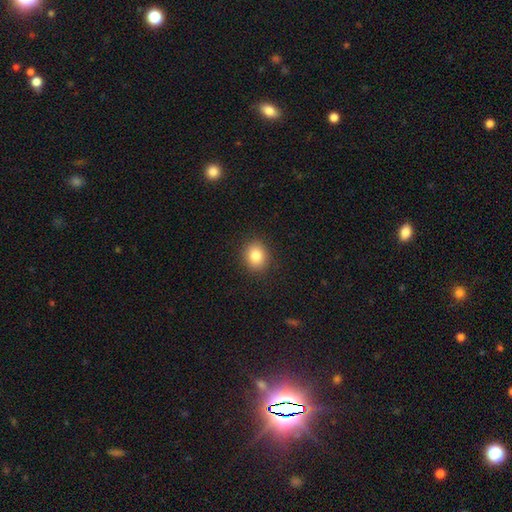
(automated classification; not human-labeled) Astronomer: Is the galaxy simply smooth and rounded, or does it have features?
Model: smooth — 83%.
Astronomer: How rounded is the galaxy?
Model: round — 69%.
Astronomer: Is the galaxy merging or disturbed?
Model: none — 89%.